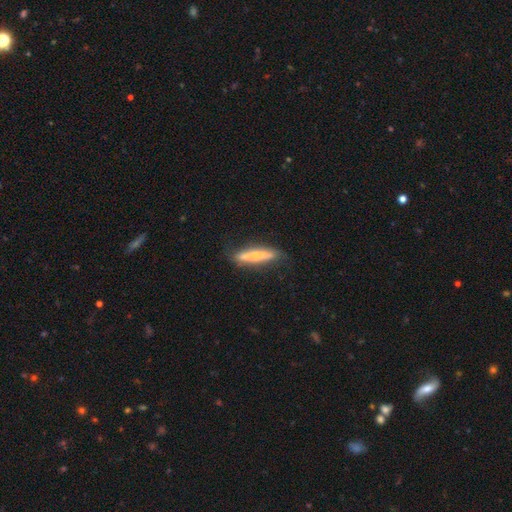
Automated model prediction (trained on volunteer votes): Q: Smooth or featured?
A: smooth (53%); runner-up: featured or disk (42%)
Q: How rounded?
A: cigar-shaped (88%); runner-up: in between (11%)
Q: Merging?
A: none (79%); runner-up: minor disturbance (16%)